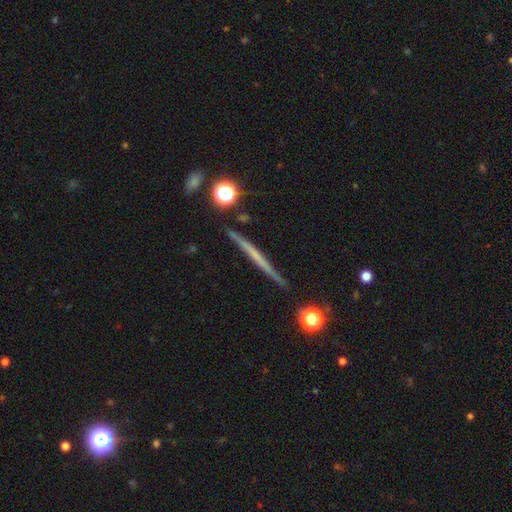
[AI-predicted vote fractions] Overall: featured or disk (55%; smooth 38%). Edge-on disk: yes (97%). Edge-on bulge: none (88%). Merging: none (89%).